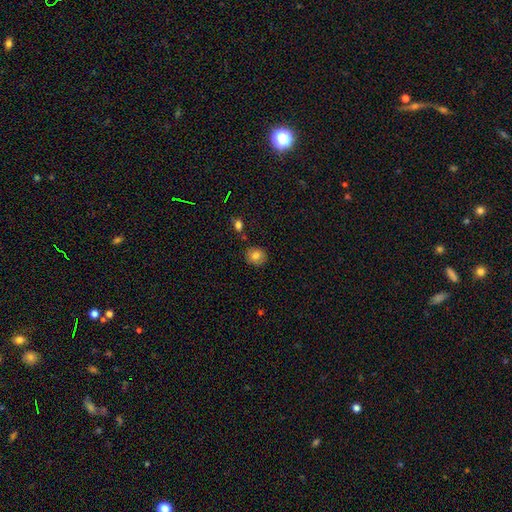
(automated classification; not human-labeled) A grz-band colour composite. It shows a smooth galaxy with no disk features (81%) that is round (83%). Merging: none (84%).